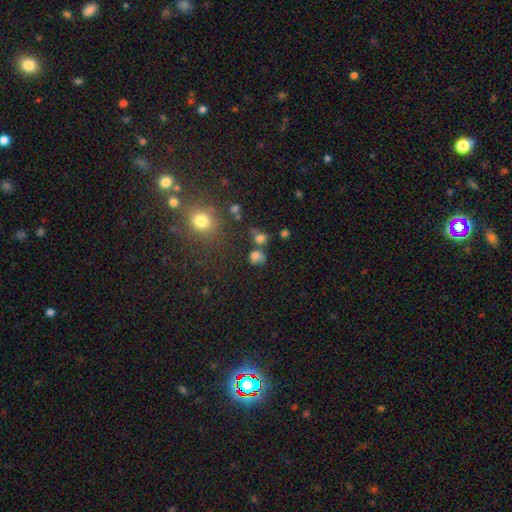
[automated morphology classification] Smooth or featured?
  - smooth: 74% *
  - star or artifact: 16%
  - featured or disk: 10%
How rounded?
  - round: 69% *
  - in between: 30%
  - cigar-shaped: 1%
Merging?
  - none: 55% *
  - merger: 20%
  - minor disturbance: 16%
  - major disturbance: 9%